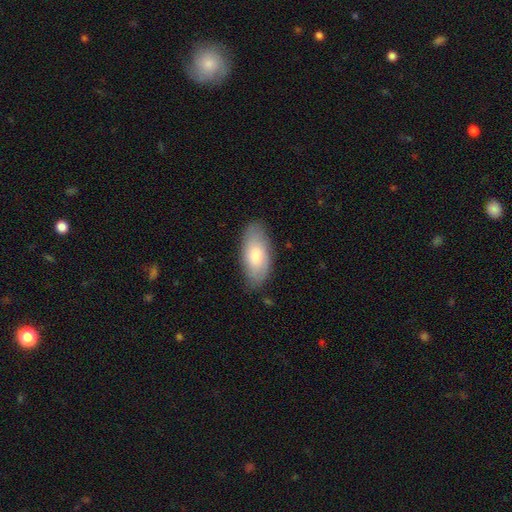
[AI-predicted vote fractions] Smooth or featured: smooth — 76% (featured or disk — 19%)
How rounded: in between — 89% (cigar-shaped — 8%)
Merging: none — 77% (minor disturbance — 18%)